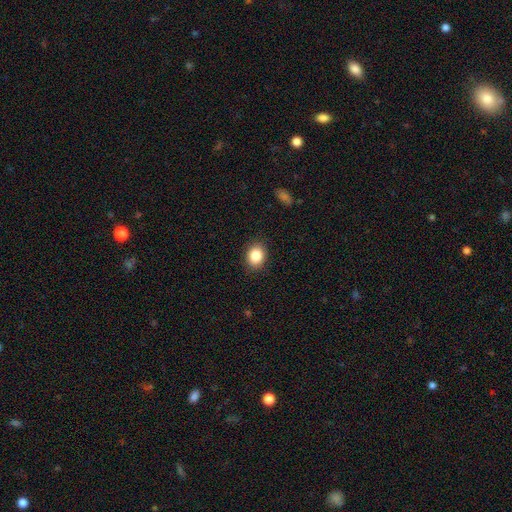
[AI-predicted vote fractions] Smooth or featured: smooth — 86% (star or artifact — 9%)
How rounded: in between — 50% (round — 49%)
Merging: none — 88% (minor disturbance — 8%)